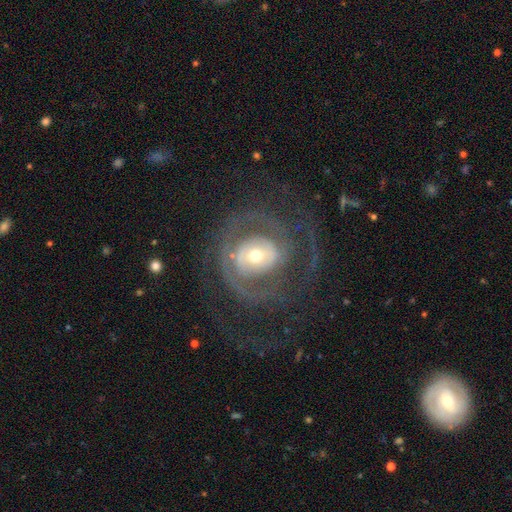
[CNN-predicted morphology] Smooth or featured?
  - featured or disk: 82% *
  - smooth: 12%
  - star or artifact: 6%
Edge-on disk?
  - no: 97% *
  - yes: 3%
Bar?
  - no: 64% *
  - weak: 24%
  - strong: 12%
Spiral arms?
  - yes: 82% *
  - no: 18%
Spiral winding?
  - tight: 49% *
  - medium: 33%
  - loose: 18%
Spiral arm count?
  - 2: 41% *
  - can't tell: 24%
  - 1: 13%
  - 3: 11%
  - 4: 5%
  - more than 4: 5%
Bulge size?
  - moderate: 47% *
  - small: 43%
  - large: 7%
  - dominant: 2%
  - none: 1%
Merging?
  - none: 58% *
  - major disturbance: 26%
  - minor disturbance: 15%
  - merger: 2%